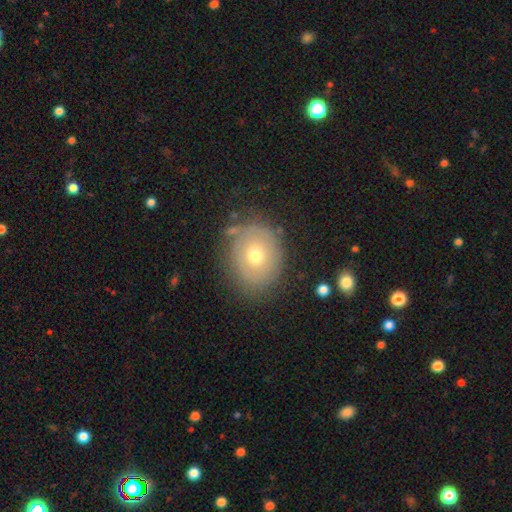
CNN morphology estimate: This appears to be a smooth galaxy with no disk features (56%) that is round (62%). Merging: none (74%).